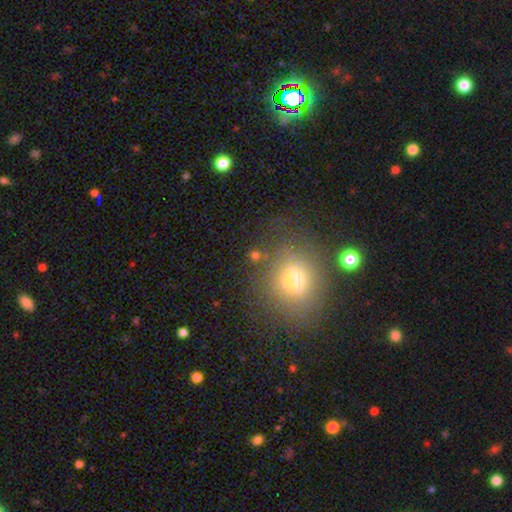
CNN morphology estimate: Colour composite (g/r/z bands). It shows a smooth galaxy with no disk features (61%) that is round (67%). Merging: none (73%).